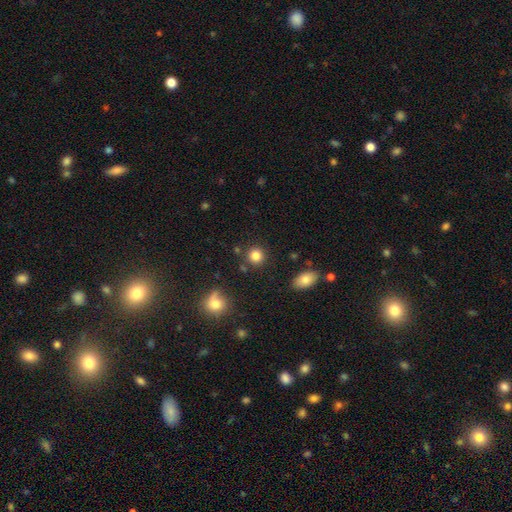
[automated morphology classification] A smooth galaxy with no disk features (84%) that is round (90%). Merging: none (86%).